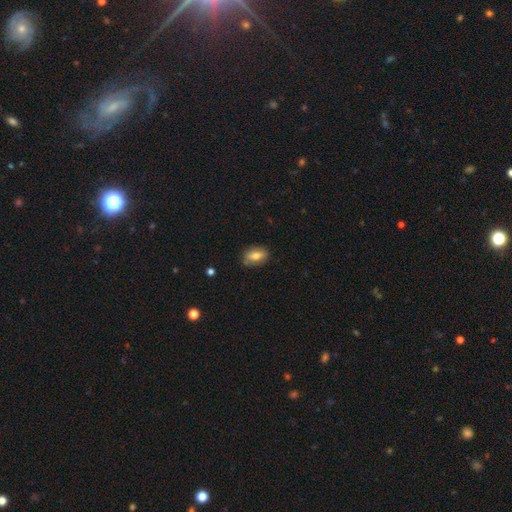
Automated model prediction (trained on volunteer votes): Smooth or featured? Predicted: smooth (p=0.69). How rounded? Predicted: in between (p=0.83). Merging? Predicted: none (p=0.77).